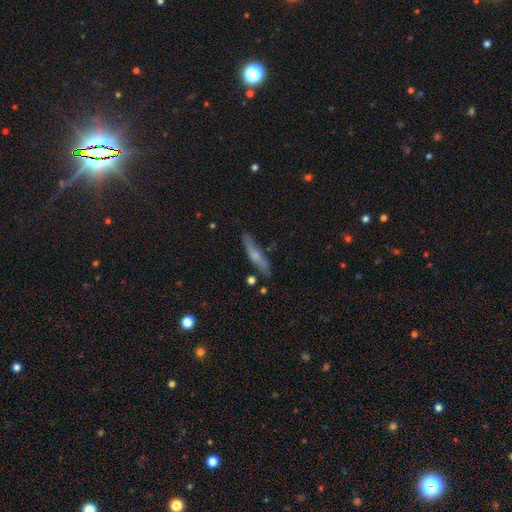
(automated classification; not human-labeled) This appears to be a smooth galaxy with no disk features (50%) that is cigar-shaped (88%). Merging: none (78%).